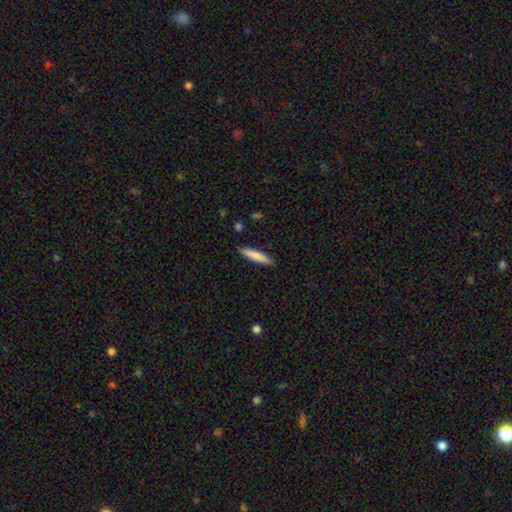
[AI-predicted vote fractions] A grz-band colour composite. It shows a smooth galaxy with no disk features (81%) that is cigar-shaped (90%). Merging: none (90%).